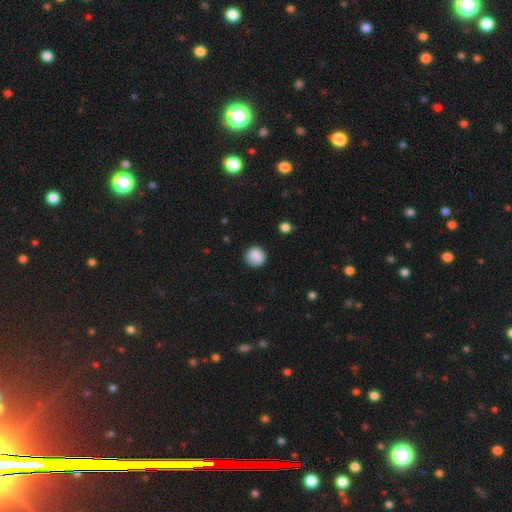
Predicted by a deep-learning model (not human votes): smooth 87%, star or artifact 8%, featured or disk 5%. Down the decision tree: how rounded — round (92%); merging — none (85%).